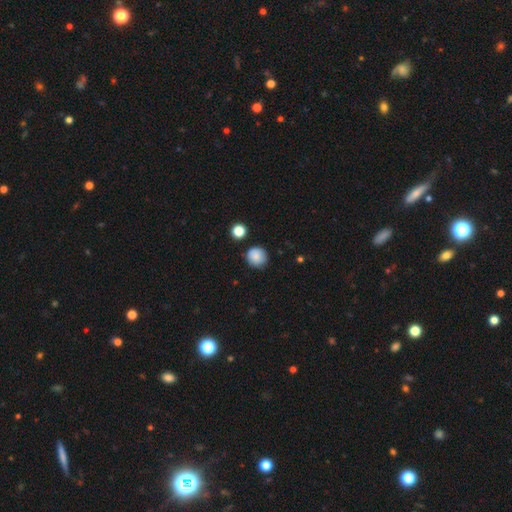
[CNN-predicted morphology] Smooth or featured?
  - smooth: 84% *
  - star or artifact: 9%
  - featured or disk: 7%
How rounded?
  - round: 92% *
  - in between: 7%
  - cigar-shaped: 1%
Merging?
  - none: 82% *
  - minor disturbance: 13%
  - major disturbance: 3%
  - merger: 3%